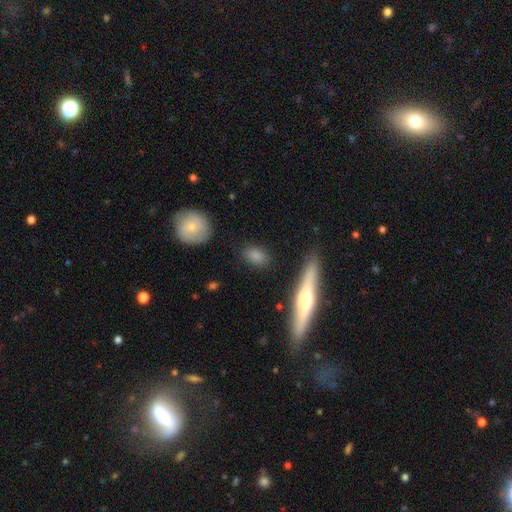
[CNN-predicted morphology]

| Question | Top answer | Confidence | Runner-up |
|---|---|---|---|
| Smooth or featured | smooth | 83% | featured or disk (9%) |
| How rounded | in between | 83% | round (11%) |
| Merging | none | 82% | minor disturbance (12%) |